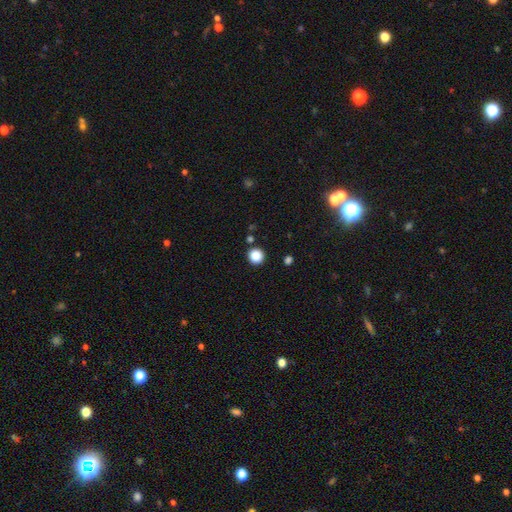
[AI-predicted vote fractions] Smooth or featured? Predicted: smooth (p=0.87). How rounded? Predicted: round (p=0.95). Merging? Predicted: none (p=0.90).